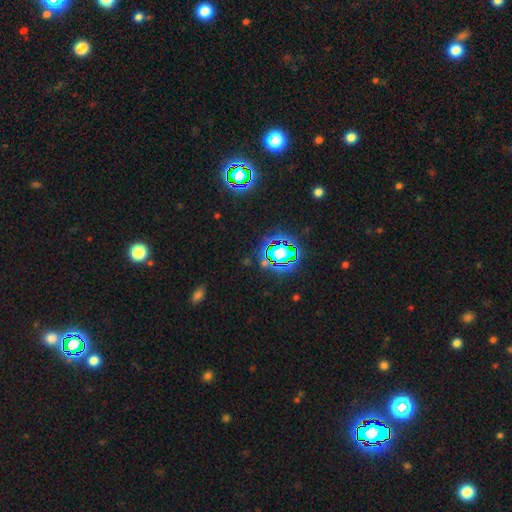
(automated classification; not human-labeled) The model was most divided on "smooth or featured": star or artifact: 78%, smooth: 14%, featured or disk: 8%.